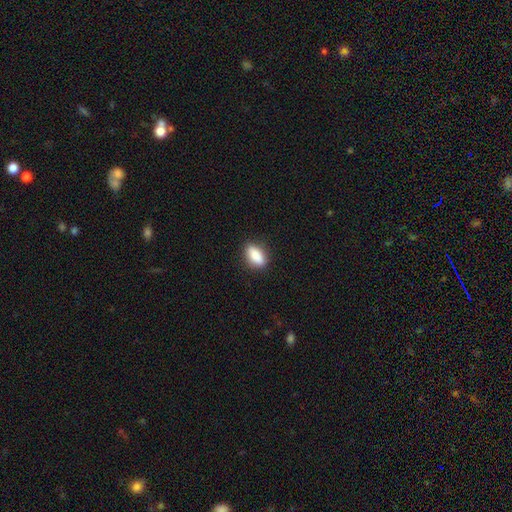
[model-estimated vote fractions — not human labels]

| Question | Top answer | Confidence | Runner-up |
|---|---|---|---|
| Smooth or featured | smooth | 87% | star or artifact (7%) |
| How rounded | in between | 84% | cigar-shaped (11%) |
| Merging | none | 86% | minor disturbance (10%) |